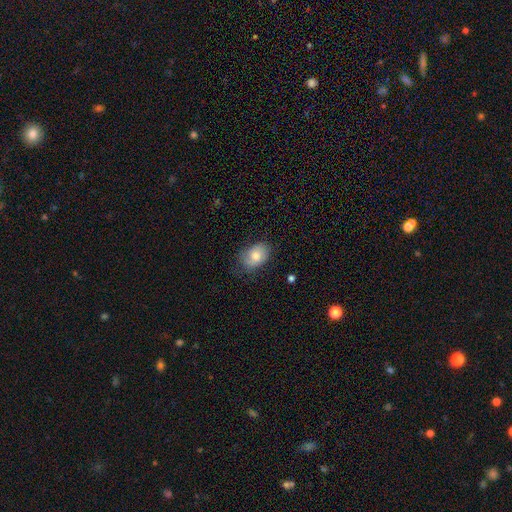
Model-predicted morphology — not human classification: type=smooth (73%); roundness=in between (80%); merging=none (69%).